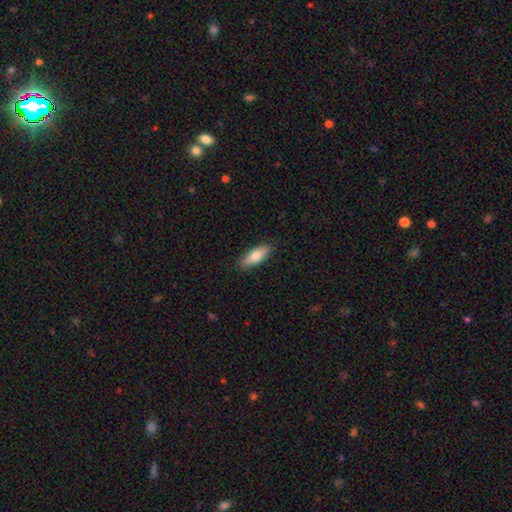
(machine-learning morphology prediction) Smooth or featured?
  - smooth: 80% *
  - featured or disk: 15%
  - star or artifact: 6%
How rounded?
  - in between: 67% *
  - cigar-shaped: 31%
  - round: 2%
Merging?
  - none: 89% *
  - minor disturbance: 9%
  - major disturbance: 2%
  - merger: 1%